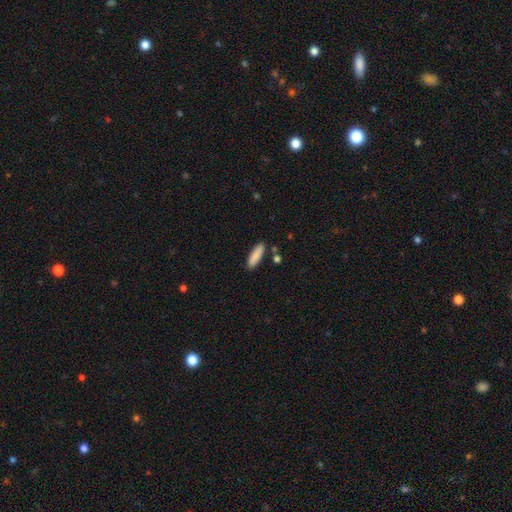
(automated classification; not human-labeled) Overall: smooth (87%). How rounded: cigar-shaped (60%; in between 39%). Merging: none (84%).